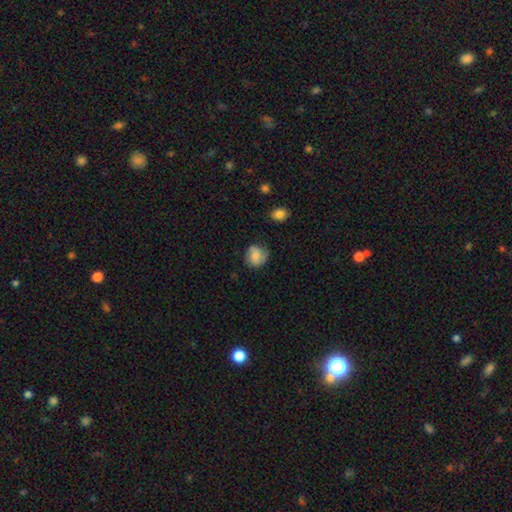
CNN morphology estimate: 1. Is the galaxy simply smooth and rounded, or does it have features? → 70% smooth, 22% featured or disk, 8% star or artifact.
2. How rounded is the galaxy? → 75% round, 24% in between, 1% cigar-shaped.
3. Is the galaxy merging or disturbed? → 64% none, 26% minor disturbance, 8% major disturbance, 2% merger.